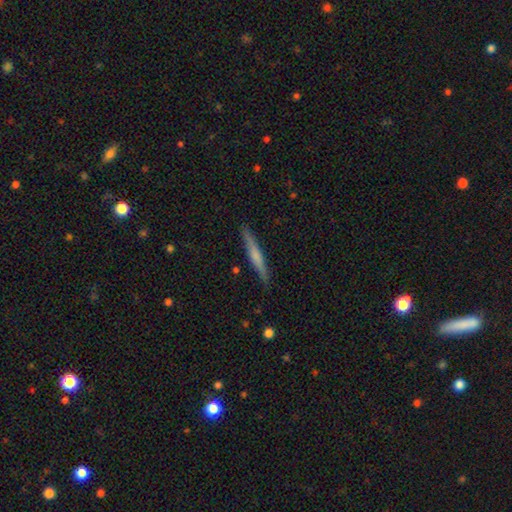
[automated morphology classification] This appears to be a smooth galaxy with no disk features (51%) that is cigar-shaped (95%). Merging: none (89%).